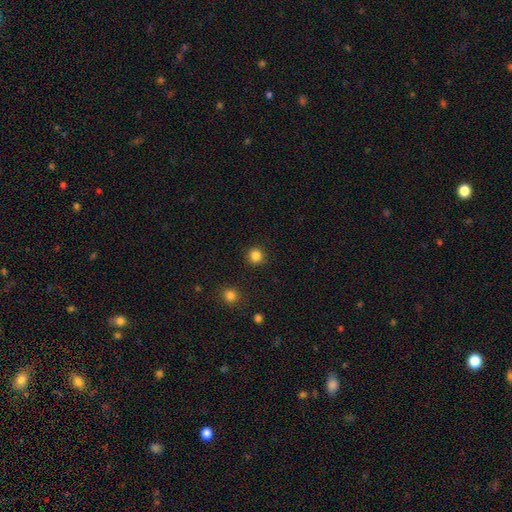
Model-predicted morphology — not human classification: Overall: smooth (85%). How rounded: round (93%). Merging: none (91%).